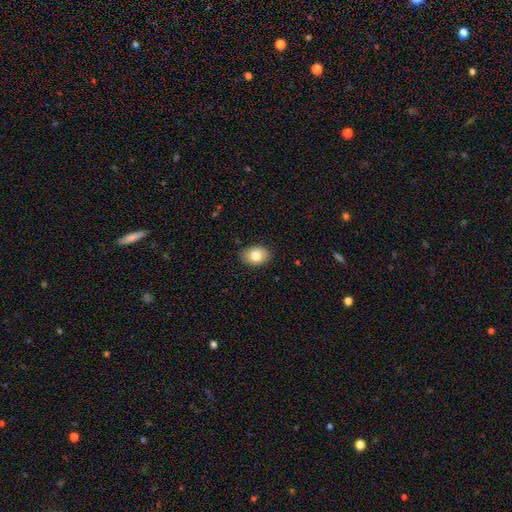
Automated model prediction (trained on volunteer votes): A smooth galaxy with no disk features (82%) that is in between round and cigar-shaped (74%). Merging: none (87%).